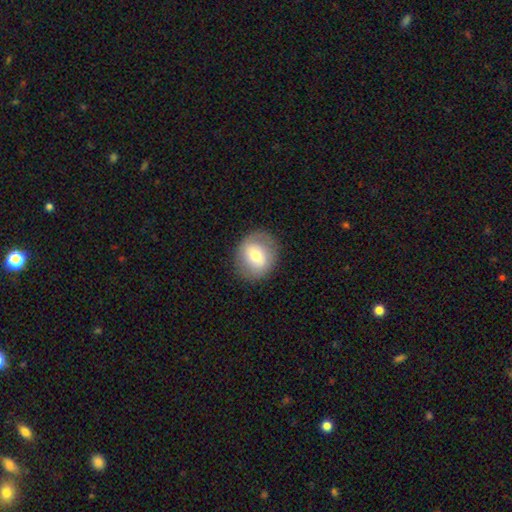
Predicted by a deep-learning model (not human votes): This appears to be a smooth galaxy with no disk features (63%) that is round (72%). Merging: none (84%).